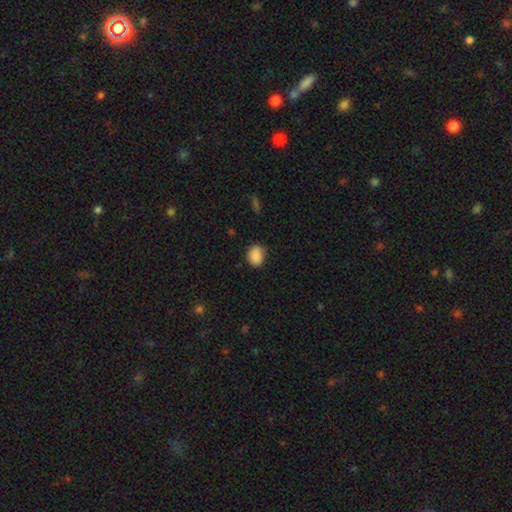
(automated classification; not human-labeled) smooth_or_featured: smooth (p=0.88) [alt: star or artifact p=0.08]
how_rounded: round (p=0.52) [alt: in between p=0.47]
merging: none (p=0.76) [alt: minor disturbance p=0.19]